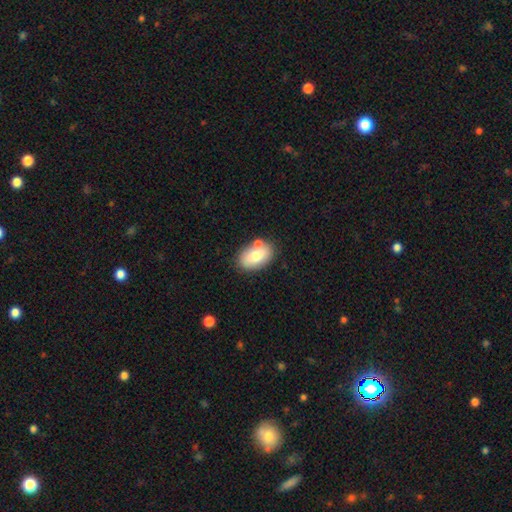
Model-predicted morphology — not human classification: A smooth galaxy with no disk features (69%) that is in between round and cigar-shaped (88%).

Vote fractions:
- Smooth or featured? smooth: 69% / featured or disk: 23% / star or artifact: 8%
- How rounded? in between: 88% / round: 10% / cigar-shaped: 2%
- Merging? none: 70% / minor disturbance: 13% / merger: 13% / major disturbance: 3%